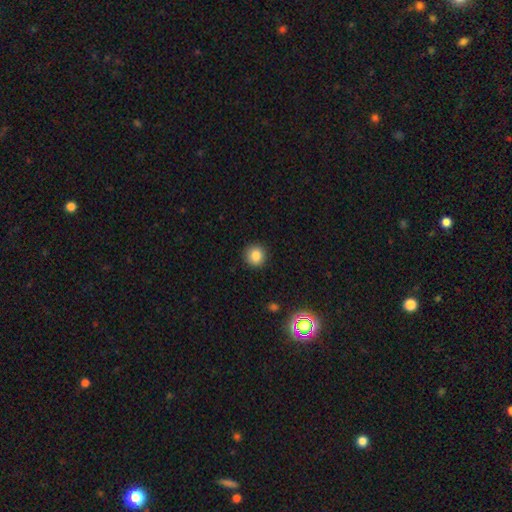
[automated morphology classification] This is clearly a smooth galaxy (85%). How rounded: clearly round (93%). Merging: clearly none (91%).